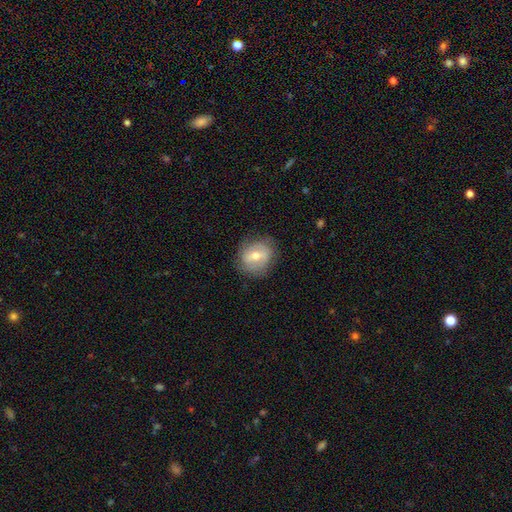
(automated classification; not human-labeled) Overall: smooth (51%; featured or disk 41%). How rounded: round (68%; in between 31%). Merging: none (76%).